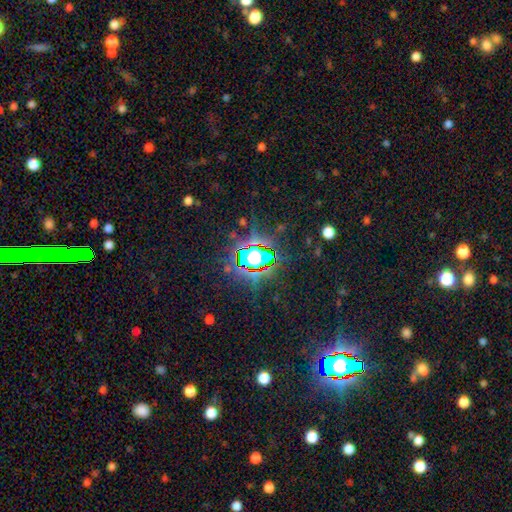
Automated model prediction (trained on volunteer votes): This appears to be a star or artifact, not a galaxy (82%).